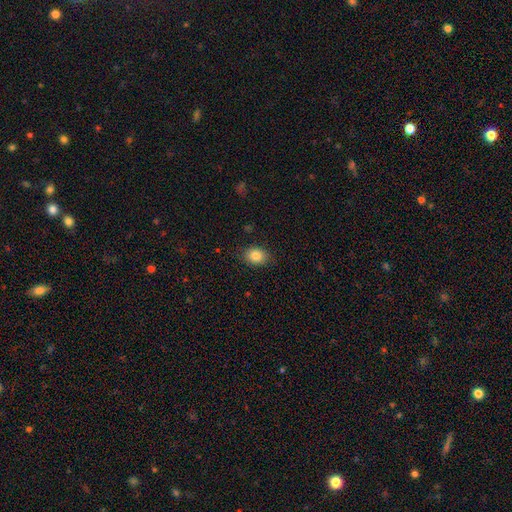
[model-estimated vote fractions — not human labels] Smooth or featured?
  - smooth: 84% *
  - star or artifact: 9%
  - featured or disk: 7%
How rounded?
  - in between: 58% *
  - round: 41%
  - cigar-shaped: 1%
Merging?
  - none: 84% *
  - minor disturbance: 12%
  - major disturbance: 3%
  - merger: 1%